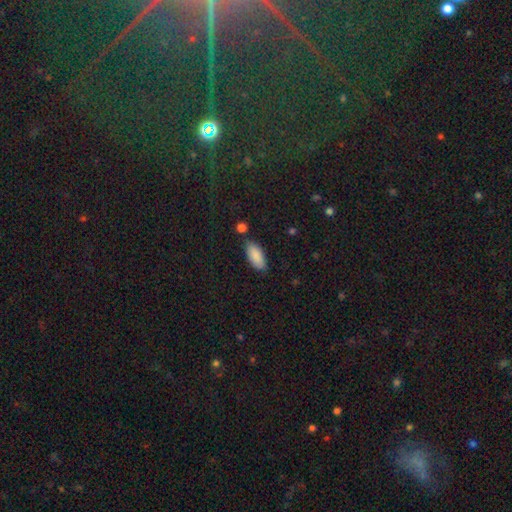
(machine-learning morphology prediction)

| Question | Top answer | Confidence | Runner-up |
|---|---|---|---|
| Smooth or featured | smooth | 88% | star or artifact (7%) |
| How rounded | in between | 88% | cigar-shaped (10%) |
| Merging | none | 77% | minor disturbance (15%) |